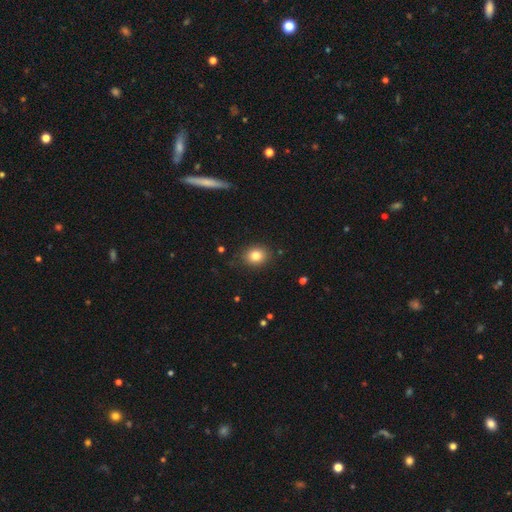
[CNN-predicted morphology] Overall: smooth (82%). How rounded: round (62%; in between 37%). Merging: none (88%).